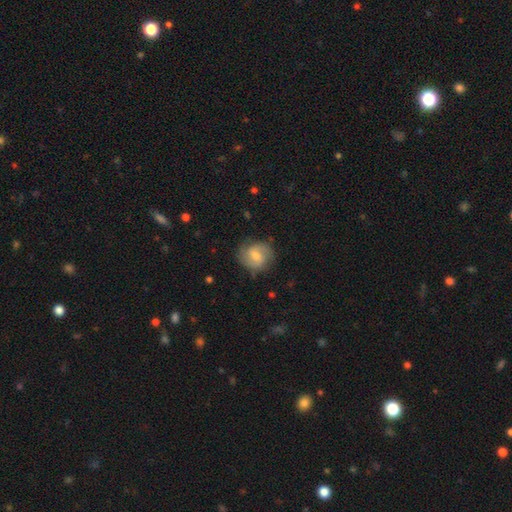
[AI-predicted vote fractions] smooth-or-featured: featured or disk: 47% | smooth: 46% | star or artifact: 7%
  merging: none: 75% | minor disturbance: 17% | major disturbance: 6% | merger: 1%